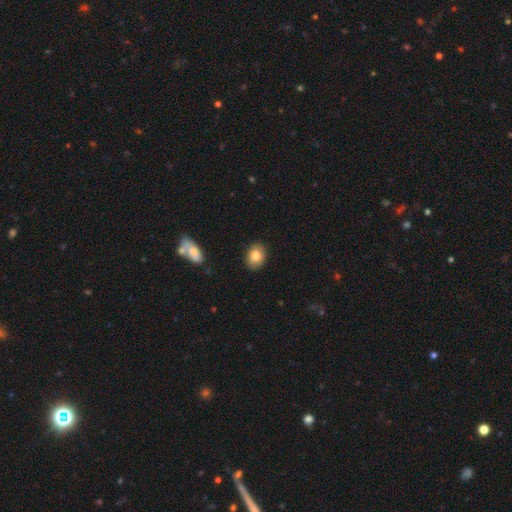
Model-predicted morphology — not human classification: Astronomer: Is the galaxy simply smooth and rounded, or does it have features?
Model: smooth — 81%.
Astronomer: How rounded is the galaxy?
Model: in between — 69%.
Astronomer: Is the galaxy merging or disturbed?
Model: none — 87%.